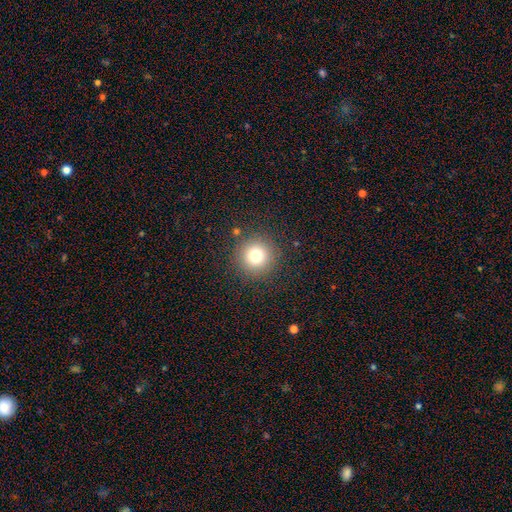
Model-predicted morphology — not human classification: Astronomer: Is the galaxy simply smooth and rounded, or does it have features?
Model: smooth — 76%.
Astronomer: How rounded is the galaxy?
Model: round — 96%.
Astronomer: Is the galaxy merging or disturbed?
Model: none — 88%.